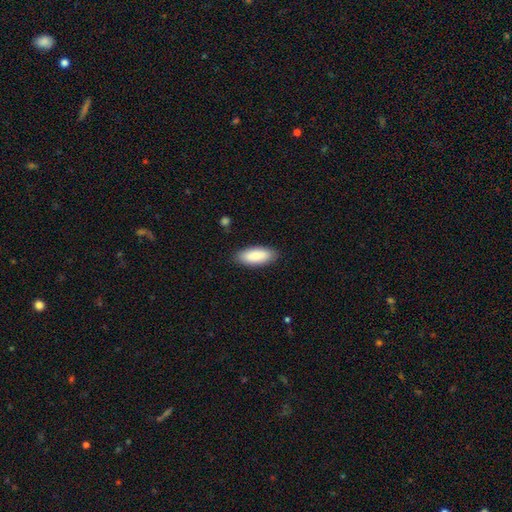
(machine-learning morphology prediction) smooth_or_featured: smooth (p=0.85) [alt: featured or disk p=0.09]
how_rounded: in between (p=0.84) [alt: cigar-shaped p=0.14]
merging: none (p=0.88) [alt: minor disturbance p=0.09]